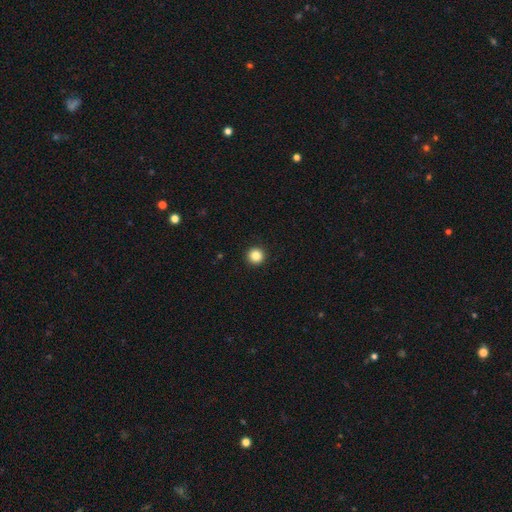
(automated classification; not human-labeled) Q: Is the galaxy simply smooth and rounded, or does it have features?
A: smooth — 85%.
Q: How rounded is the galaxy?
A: round — 96%.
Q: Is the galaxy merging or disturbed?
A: none — 94%.